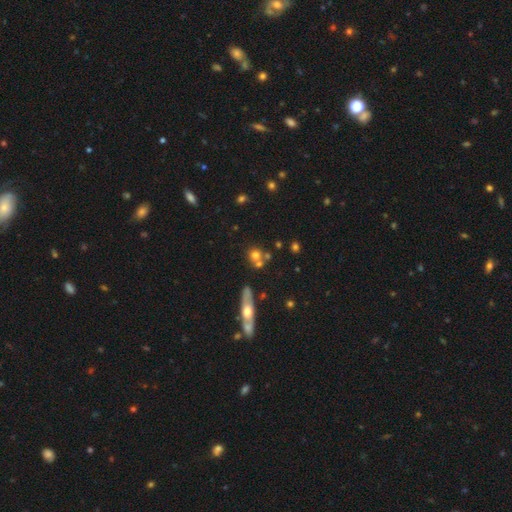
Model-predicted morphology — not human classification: A smooth galaxy with no disk features (65%) that is round (84%).

Vote fractions:
- Smooth or featured? smooth: 65% / featured or disk: 20% / star or artifact: 14%
- How rounded? round: 84% / in between: 13% / cigar-shaped: 3%
- Merging? none: 53% / merger: 33% / minor disturbance: 10% / major disturbance: 4%